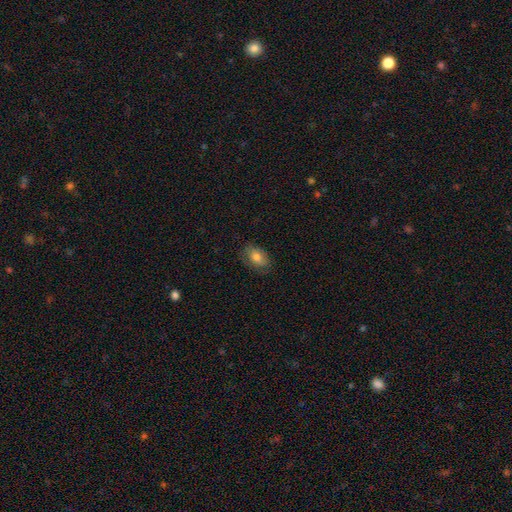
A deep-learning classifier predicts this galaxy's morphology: Smooth or featured?
  - smooth: 75% *
  - featured or disk: 17%
  - star or artifact: 9%
How rounded?
  - in between: 84% *
  - round: 15%
  - cigar-shaped: 2%
Merging?
  - none: 76% *
  - minor disturbance: 18%
  - major disturbance: 5%
  - merger: 1%